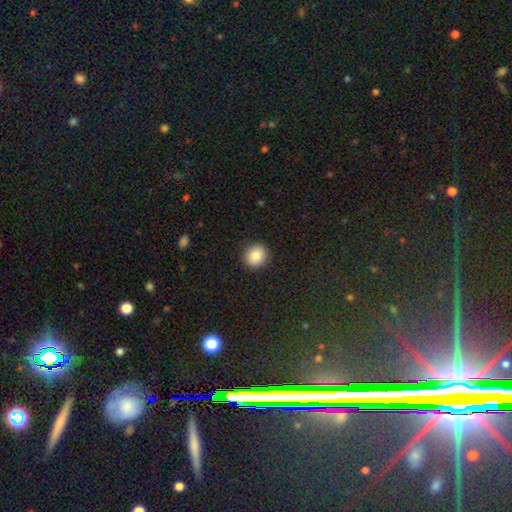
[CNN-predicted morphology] Smooth or featured? smooth (85%)
How rounded? round (85%)
Merging? none (92%)